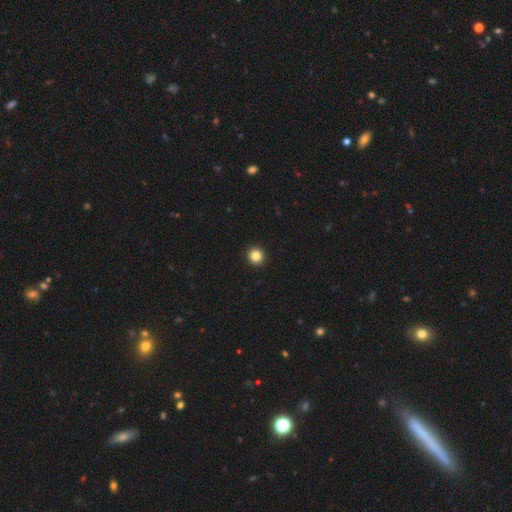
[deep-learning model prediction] A smooth galaxy with no disk features (84%) that is round (95%). Merging: none (94%).